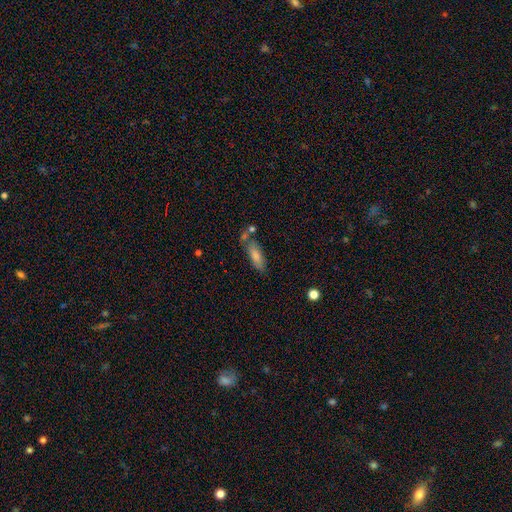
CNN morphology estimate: The model was most divided on "how rounded": in between: 58%, cigar-shaped: 39%, round: 2%. More confident: smooth or featured — smooth (75%); merging — none (61%).